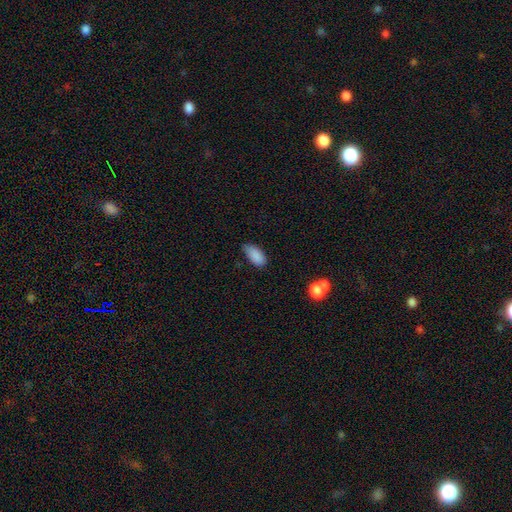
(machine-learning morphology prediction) Q: Smooth or featured?
A: smooth (87%); runner-up: star or artifact (7%)
Q: How rounded?
A: in between (92%); runner-up: cigar-shaped (6%)
Q: Merging?
A: none (57%); runner-up: minor disturbance (35%)